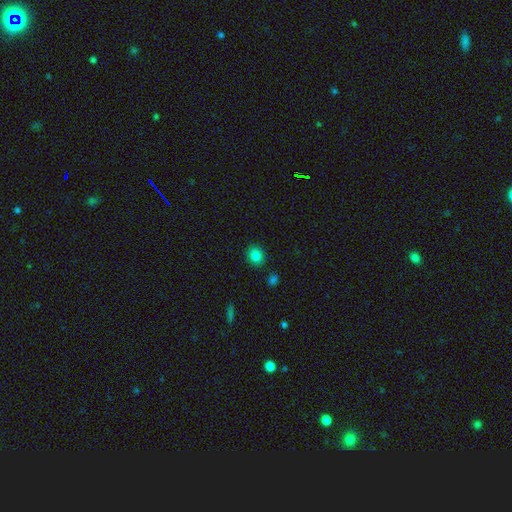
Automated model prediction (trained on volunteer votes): Overall: smooth (82%). How rounded: round (68%; in between 31%). Merging: none (88%).